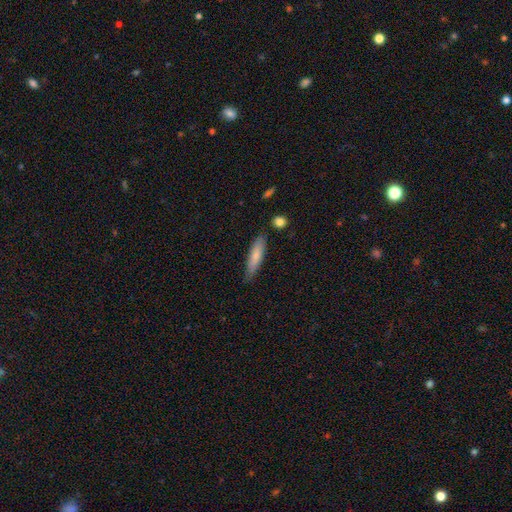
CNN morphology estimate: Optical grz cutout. It shows a smooth galaxy with no disk features (77%) that is cigar-shaped (74%). Merging: none (78%).